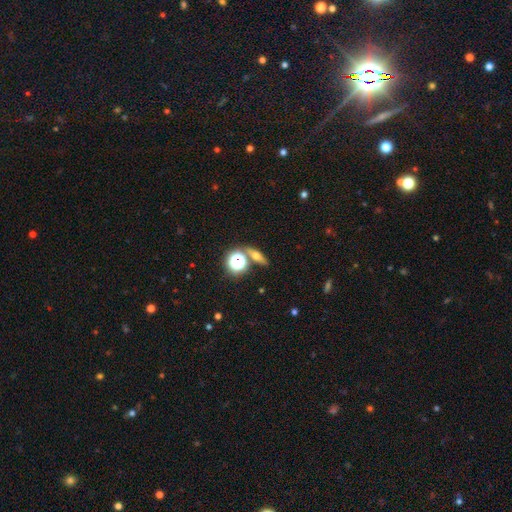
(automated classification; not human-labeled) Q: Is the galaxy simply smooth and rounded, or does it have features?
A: smooth — 43%.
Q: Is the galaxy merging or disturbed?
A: none — 76%.